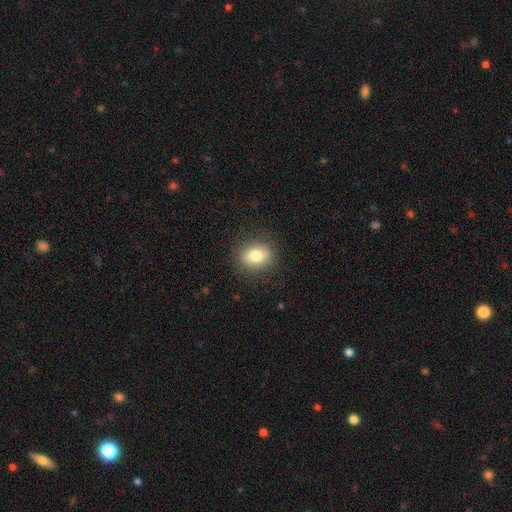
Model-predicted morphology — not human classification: This appears to be a smooth galaxy with no disk features (77%) that is round (52%). Merging: none (86%).